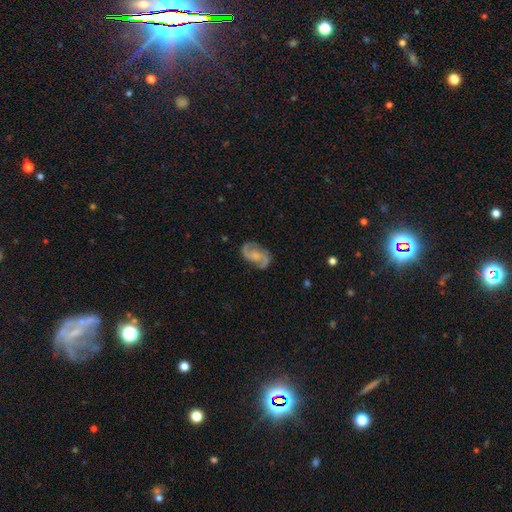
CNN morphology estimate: This appears to be a featured or disk galaxy (86%) with no bar (57%), 2 (92%) medium (53%) spiral arms (97%) and a small central bulge (45%). Merging: none (78%).